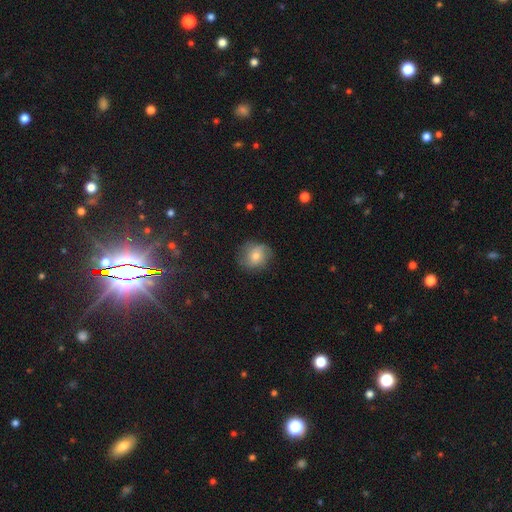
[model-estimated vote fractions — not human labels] A smooth galaxy with no disk features (59%) that is round (79%).

Vote fractions:
- Smooth or featured? smooth: 59% / featured or disk: 31% / star or artifact: 10%
- How rounded? round: 79% / in between: 20% / cigar-shaped: 1%
- Merging? none: 73% / minor disturbance: 19% / major disturbance: 6% / merger: 1%